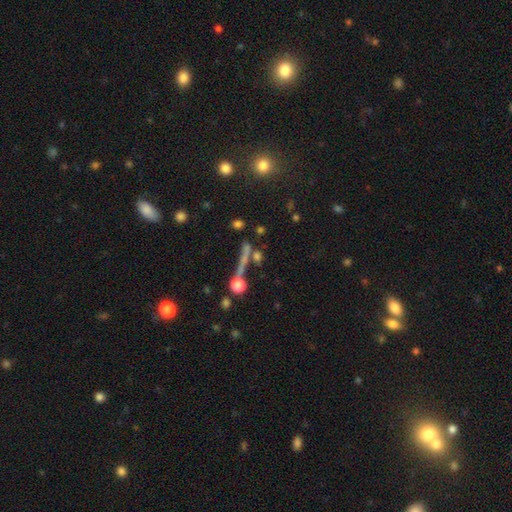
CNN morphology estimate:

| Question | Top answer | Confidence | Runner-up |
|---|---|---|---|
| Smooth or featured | smooth | 45% | featured or disk (31%) |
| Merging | none | 64% | merger (17%) |